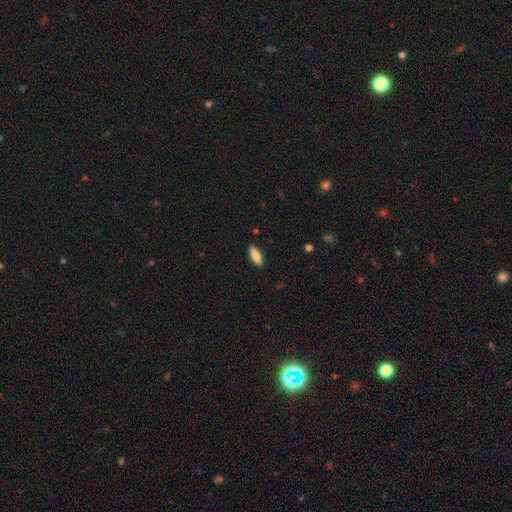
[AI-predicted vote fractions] A smooth galaxy with no disk features (81%) that is in between round and cigar-shaped (73%). Merging: none (89%).